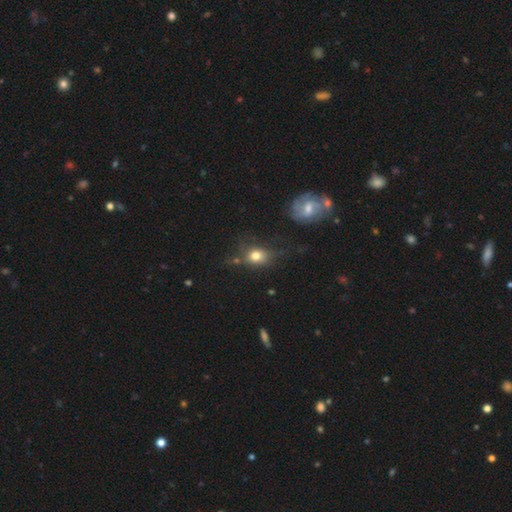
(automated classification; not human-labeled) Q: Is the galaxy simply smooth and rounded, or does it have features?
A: smooth — 74%.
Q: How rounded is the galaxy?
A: in between — 52%.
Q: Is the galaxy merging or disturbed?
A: none — 54%.